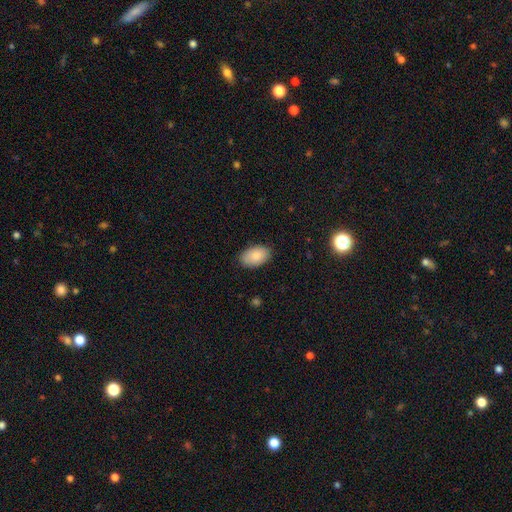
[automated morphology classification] Smooth or featured?
  - smooth: 86% *
  - featured or disk: 8%
  - star or artifact: 6%
How rounded?
  - in between: 94% *
  - round: 5%
  - cigar-shaped: 1%
Merging?
  - none: 86% *
  - minor disturbance: 11%
  - major disturbance: 2%
  - merger: 1%